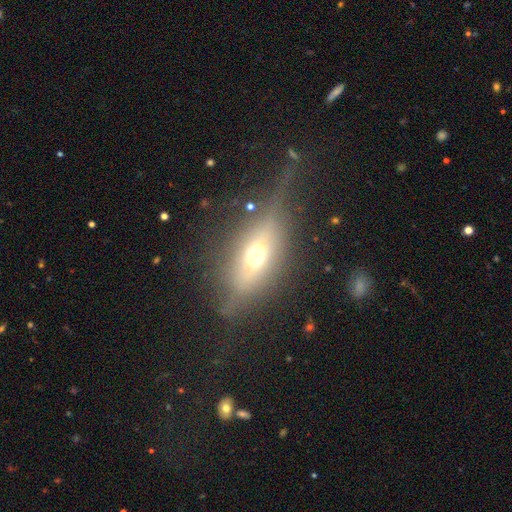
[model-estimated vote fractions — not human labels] featured or disk 50%, smooth 38%, star or artifact 11%. Down the decision tree: edge-on disk — yes (72%); merging — none (52%).